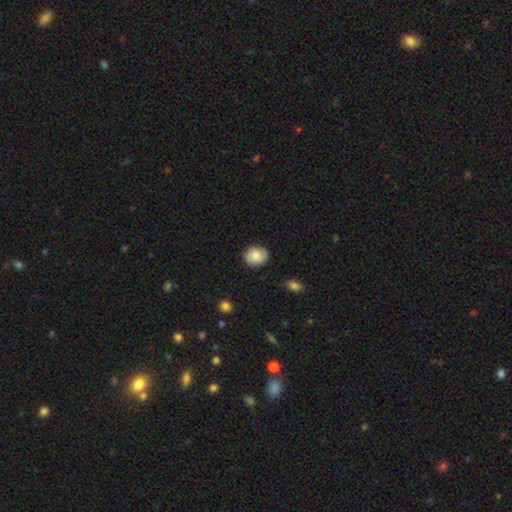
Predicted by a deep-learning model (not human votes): The model was most divided on "how rounded": in between: 50%, round: 49%, cigar-shaped: 1%. More confident: merging — none (84%); smooth or featured — smooth (81%).